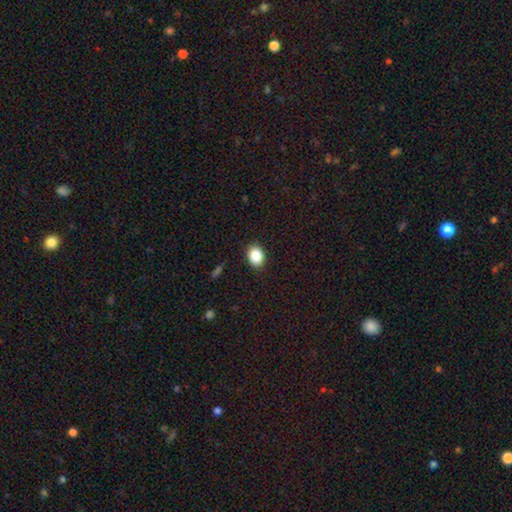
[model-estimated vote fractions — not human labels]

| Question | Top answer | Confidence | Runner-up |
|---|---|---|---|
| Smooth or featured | smooth | 87% | star or artifact (9%) |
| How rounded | in between | 67% | round (32%) |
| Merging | none | 89% | minor disturbance (8%) |